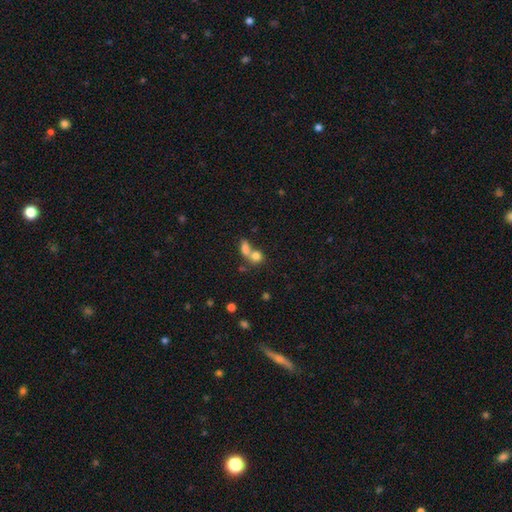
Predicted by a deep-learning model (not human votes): Morphology: type=smooth (77%); roundness=round (59%); merging=merger (57%).